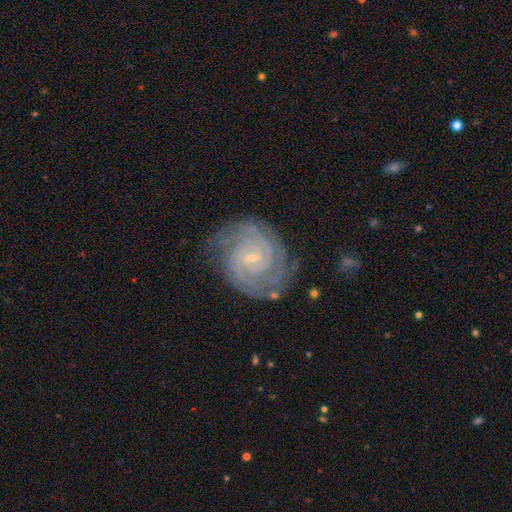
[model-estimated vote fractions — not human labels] Smooth or featured? Predicted: featured or disk (p=0.85). Edge-on disk? Predicted: no (p=0.98). Bar? Predicted: no (p=0.53). Spiral arms? Predicted: yes (p=0.98). Spiral winding? Predicted: tight (p=0.70). Spiral arm count? Predicted: 2 (p=0.40). Bulge size? Predicted: small (p=0.78). Merging? Predicted: none (p=0.78).